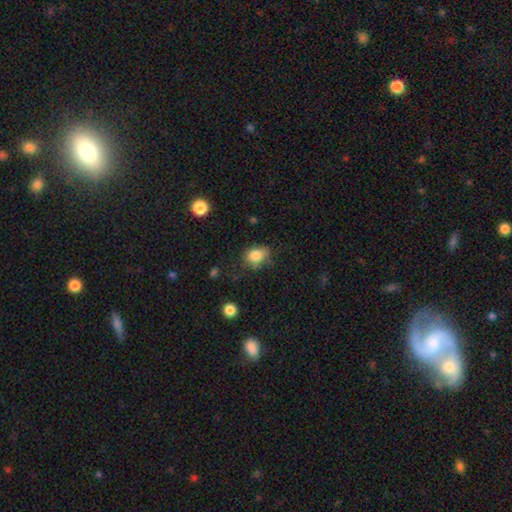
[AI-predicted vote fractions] Overall: smooth (81%). How rounded: in between (59%; round 40%). Merging: none (56%; minor disturbance 29%).